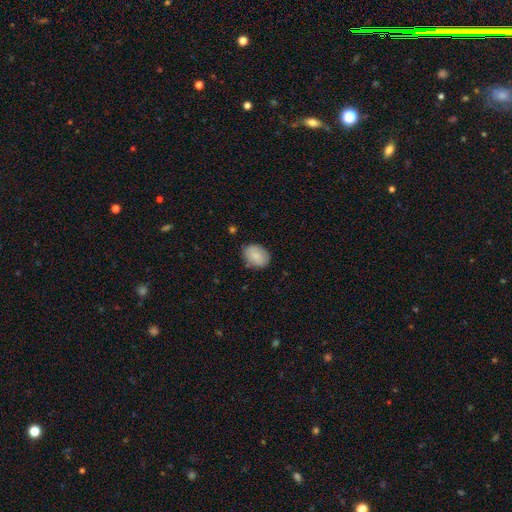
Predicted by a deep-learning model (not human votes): smooth 84%, featured or disk 9%, star or artifact 7%. Down the decision tree: how rounded — in between (70%); merging — none (83%).